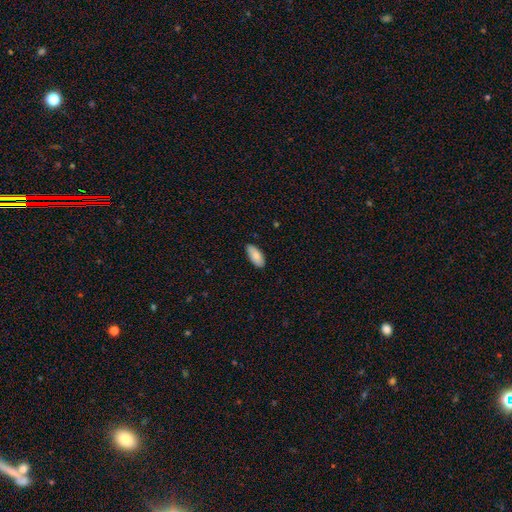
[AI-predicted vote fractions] smooth-or-featured: smooth: 83% | featured or disk: 11% | star or artifact: 6%
  how-rounded: in between: 89% | cigar-shaped: 9% | round: 2%
  merging: none: 84% | minor disturbance: 13% | major disturbance: 2% | merger: 1%